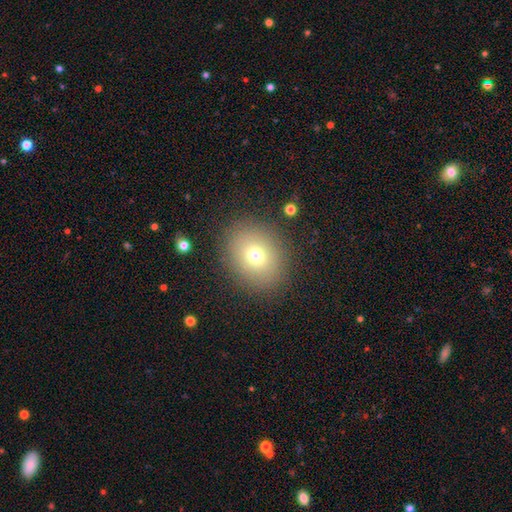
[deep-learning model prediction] Q: Smooth or featured?
A: smooth (72%); runner-up: featured or disk (14%)
Q: How rounded?
A: round (60%); runner-up: in between (40%)
Q: Merging?
A: none (86%); runner-up: minor disturbance (9%)